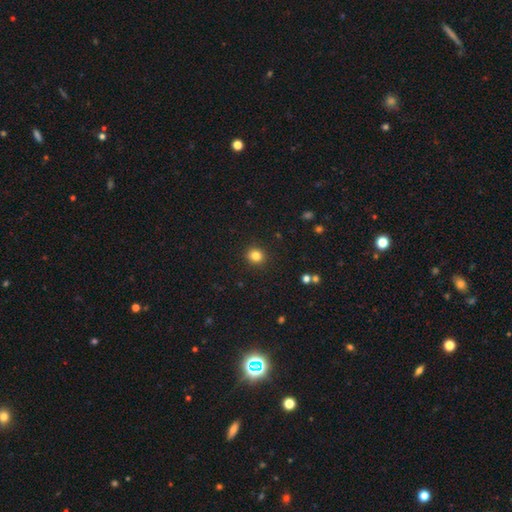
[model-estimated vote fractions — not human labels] This is clearly a smooth galaxy (83%). How rounded: clearly round (86%). Merging: clearly none (91%).